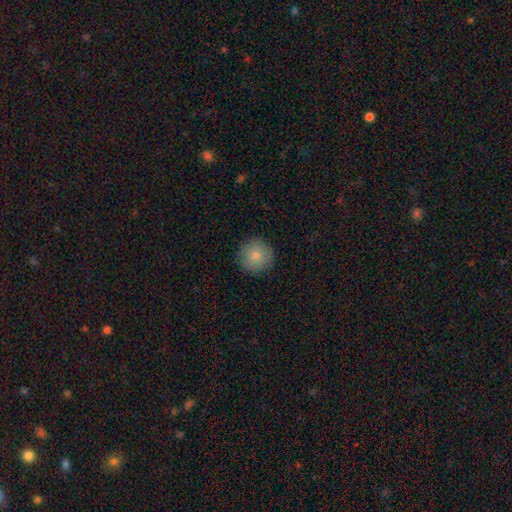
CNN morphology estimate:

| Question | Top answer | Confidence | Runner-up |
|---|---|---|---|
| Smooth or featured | smooth | 82% | featured or disk (10%) |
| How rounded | round | 95% | in between (4%) |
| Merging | none | 89% | minor disturbance (8%) |